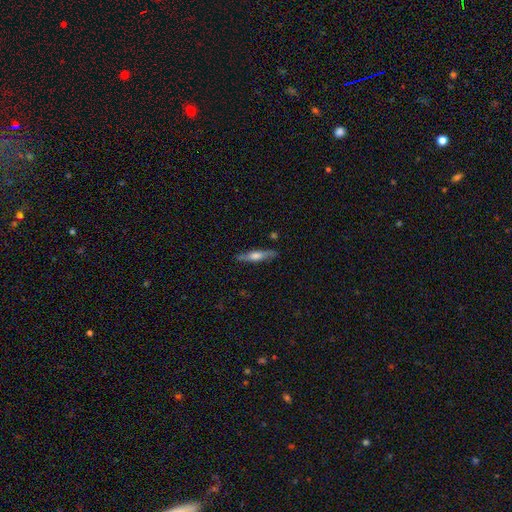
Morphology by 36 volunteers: Overall: featured or disk (83%). Edge-on disk: yes (80%). Edge-on bulge: rounded (71%). Merging: none (89%).